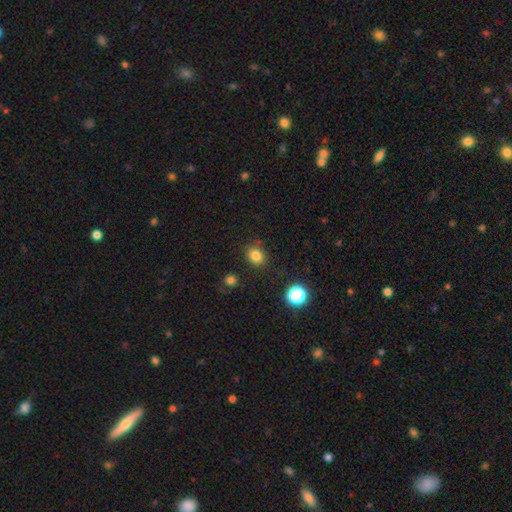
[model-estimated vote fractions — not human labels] Overall: smooth (81%). How rounded: round (65%; in between 34%). Merging: none (83%).